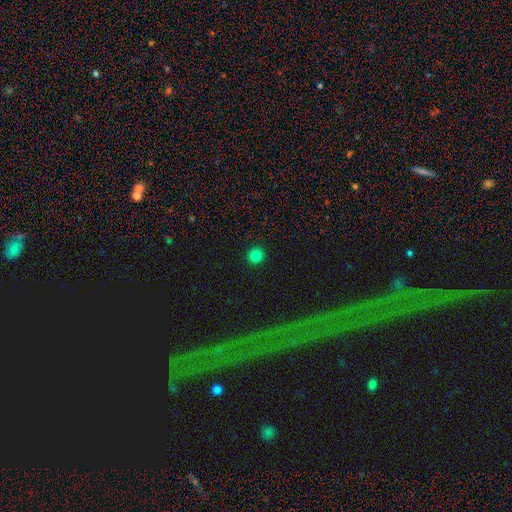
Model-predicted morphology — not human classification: A smooth galaxy with no disk features (82%) that is round (94%).

Vote fractions:
- Smooth or featured? smooth: 82% / star or artifact: 13% / featured or disk: 5%
- How rounded? round: 94% / in between: 5% / cigar-shaped: 1%
- Merging? none: 93% / minor disturbance: 4% / major disturbance: 2% / merger: 1%